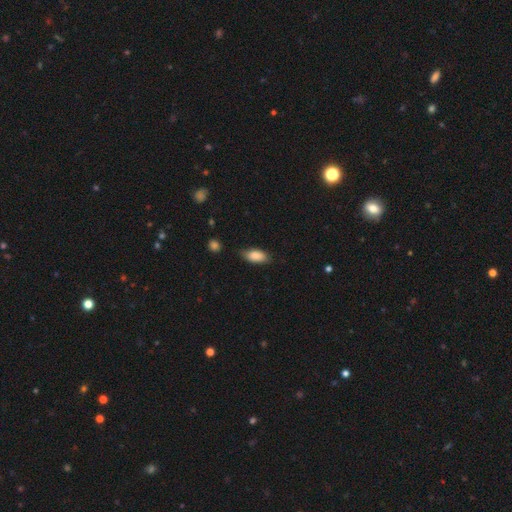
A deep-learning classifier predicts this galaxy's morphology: A smooth galaxy with no disk features (87%) that is in between round and cigar-shaped (89%). Merging: none (76%).